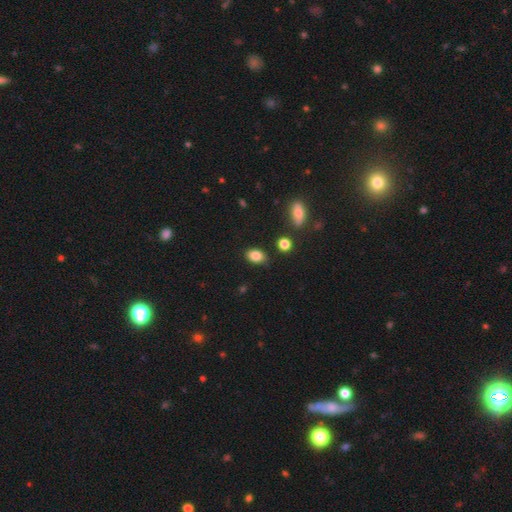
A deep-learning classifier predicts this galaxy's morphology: Q: Smooth or featured?
A: smooth (85%); runner-up: star or artifact (10%)
Q: How rounded?
A: in between (82%); runner-up: round (16%)
Q: Merging?
A: none (83%); runner-up: minor disturbance (12%)